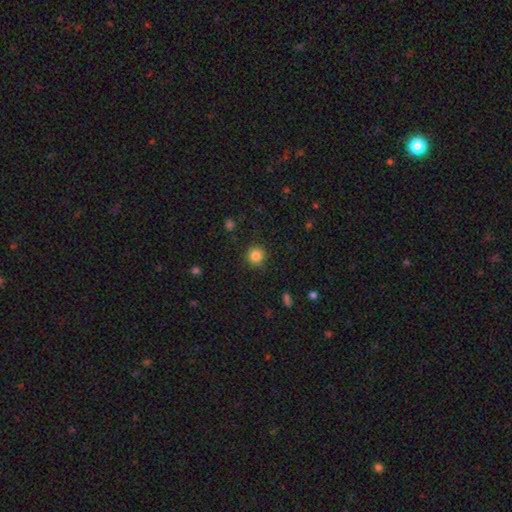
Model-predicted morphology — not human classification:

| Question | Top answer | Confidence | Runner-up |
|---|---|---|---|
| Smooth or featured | smooth | 85% | star or artifact (11%) |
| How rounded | round | 93% | in between (6%) |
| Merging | none | 89% | minor disturbance (7%) |